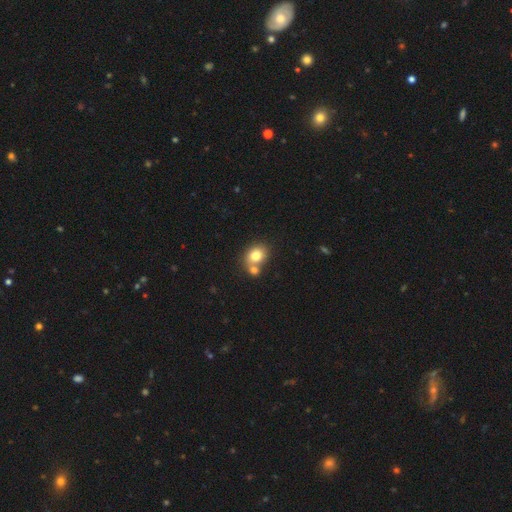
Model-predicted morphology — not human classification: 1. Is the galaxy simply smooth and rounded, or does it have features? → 78% smooth, 12% featured or disk, 10% star or artifact.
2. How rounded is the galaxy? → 59% round, 40% in between, 1% cigar-shaped.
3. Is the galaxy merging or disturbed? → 44% none, 43% merger, 9% minor disturbance, 3% major disturbance.